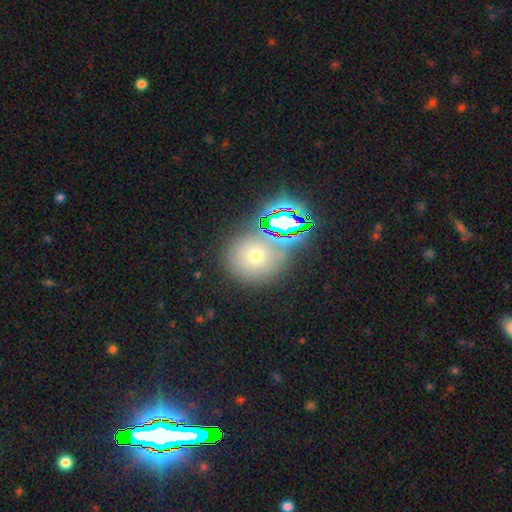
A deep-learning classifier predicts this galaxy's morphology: Smooth or featured: smooth — 57% (star or artifact — 30%)
How rounded: round — 86% (in between — 13%)
Merging: none — 75% (merger — 11%)